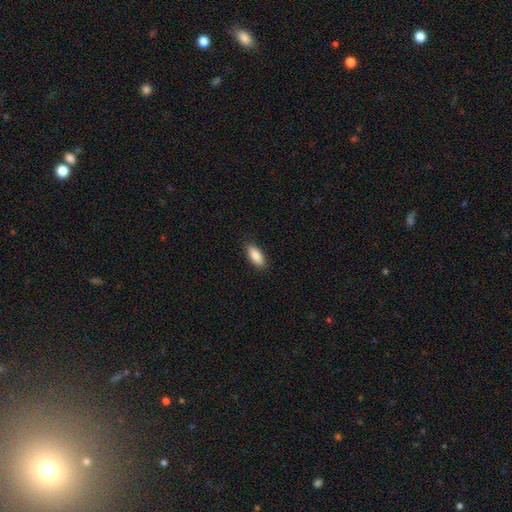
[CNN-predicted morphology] smooth-or-featured: smooth: 88% | star or artifact: 6% | featured or disk: 6%
  how-rounded: in between: 80% | cigar-shaped: 18% | round: 2%
  merging: none: 88% | minor disturbance: 9% | major disturbance: 2% | merger: 1%